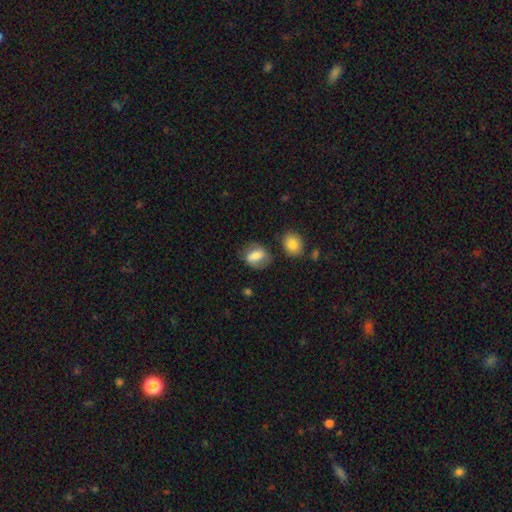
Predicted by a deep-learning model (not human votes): smooth 66%, featured or disk 25%, star or artifact 8%. Down the decision tree: how rounded — in between (63%); merging — none (66%).